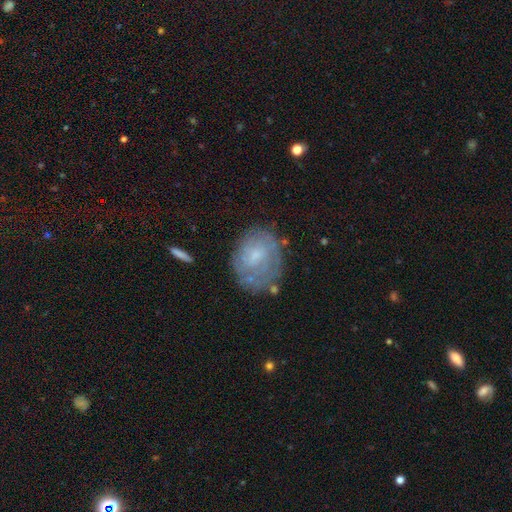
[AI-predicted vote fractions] smooth-or-featured: featured or disk: 51% | smooth: 40% | star or artifact: 9%
  disk-edge-on: no: 96% | yes: 4%
  merging: none: 61% | minor disturbance: 24% | major disturbance: 11% | merger: 4%